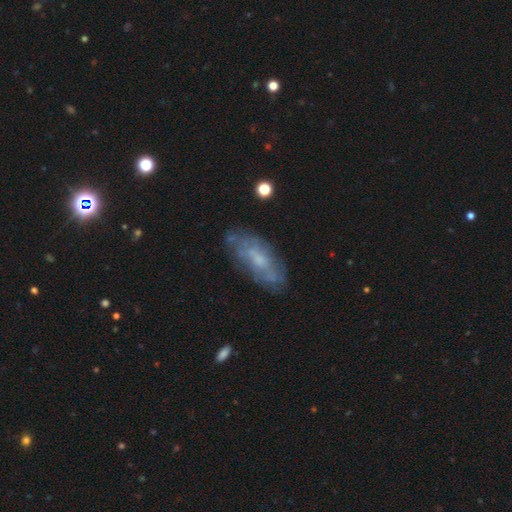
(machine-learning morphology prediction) type=featured or disk (57%); edge-on=no (82%); merging=none (77%).